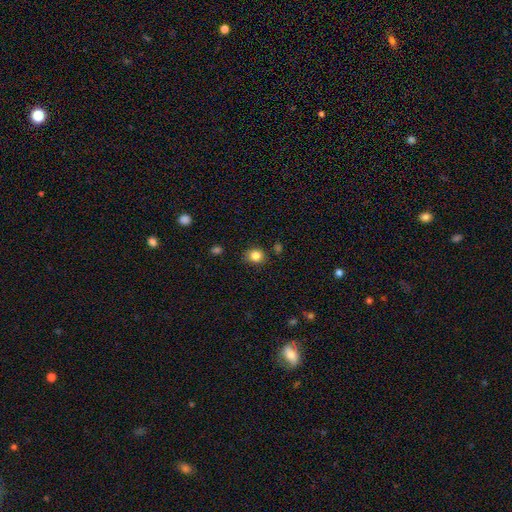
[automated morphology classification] Smooth or featured?
  - smooth: 84% *
  - star or artifact: 11%
  - featured or disk: 5%
How rounded?
  - round: 72% *
  - in between: 27%
  - cigar-shaped: 1%
Merging?
  - none: 81% *
  - minor disturbance: 13%
  - major disturbance: 3%
  - merger: 2%